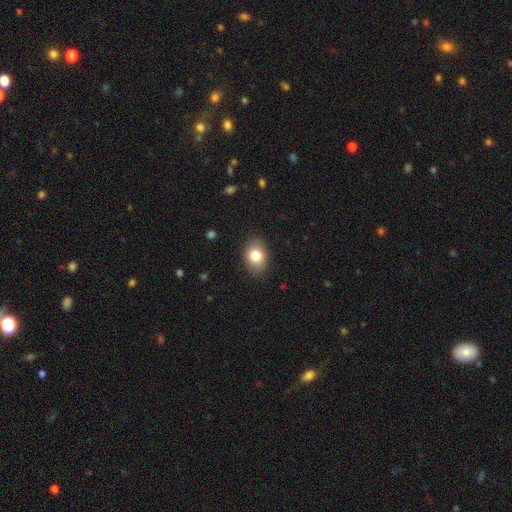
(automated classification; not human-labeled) Smooth or featured? Predicted: smooth (p=0.80). How rounded? Predicted: in between (p=0.74). Merging? Predicted: none (p=0.86).